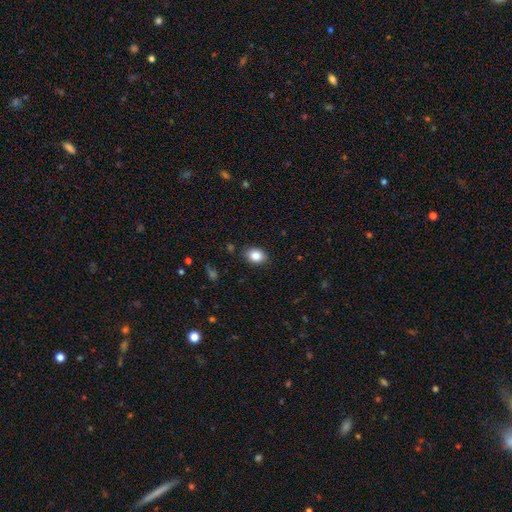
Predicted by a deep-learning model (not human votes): A smooth galaxy with no disk features (85%) that is in between round and cigar-shaped (69%). Merging: none (87%).